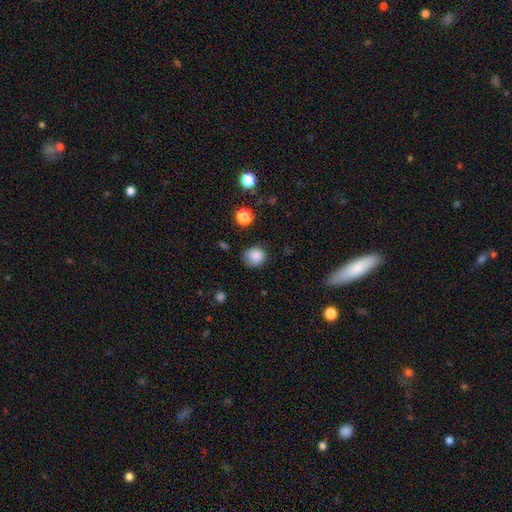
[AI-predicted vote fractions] Smooth or featured? Predicted: smooth (p=0.85). How rounded? Predicted: round (p=0.80). Merging? Predicted: none (p=0.70).